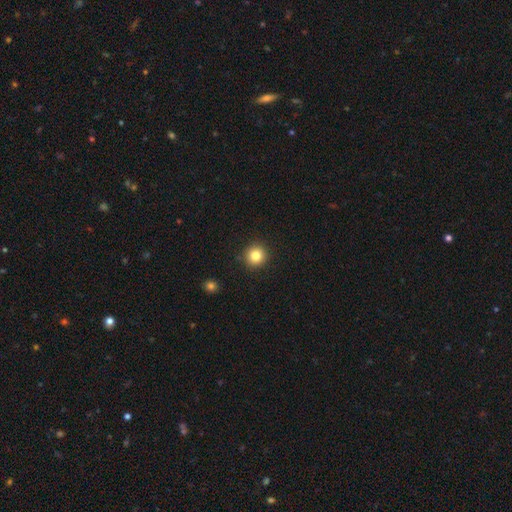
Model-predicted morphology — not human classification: Smooth or featured?
  - smooth: 82% *
  - star or artifact: 11%
  - featured or disk: 7%
How rounded?
  - round: 94% *
  - in between: 5%
  - cigar-shaped: 1%
Merging?
  - none: 92% *
  - minor disturbance: 5%
  - major disturbance: 2%
  - merger: 1%